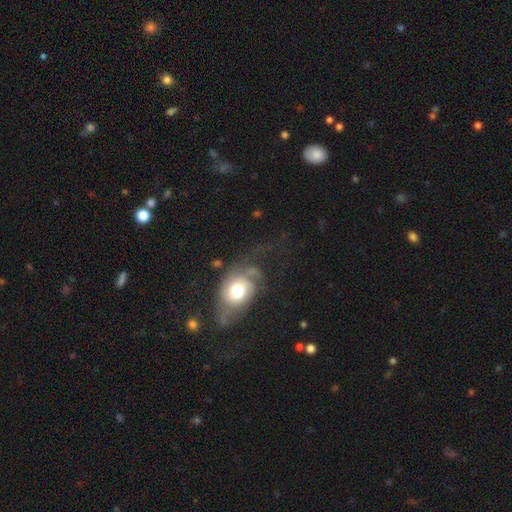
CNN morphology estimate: Smooth or featured? Predicted: featured or disk (p=0.46). Merging? Predicted: none (p=0.64).